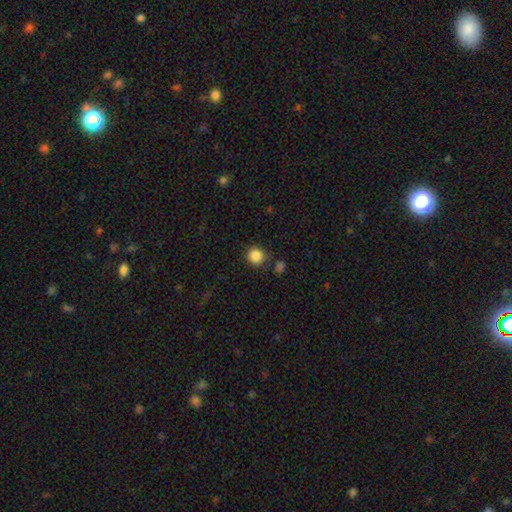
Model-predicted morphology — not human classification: Smooth or featured? Predicted: smooth (p=0.86). How rounded? Predicted: round (p=0.91). Merging? Predicted: none (p=0.82).